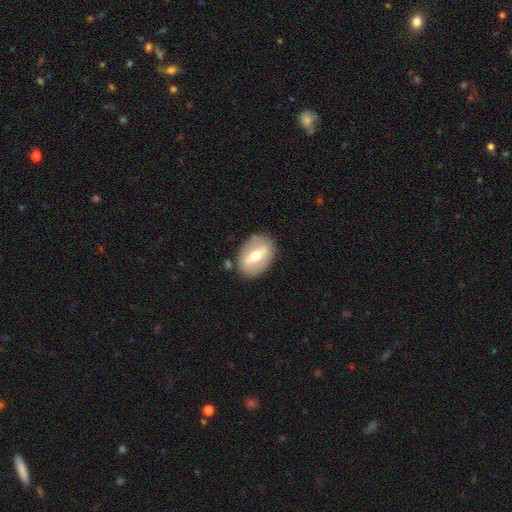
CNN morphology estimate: A featured or disk galaxy (55%).

Vote fractions:
- Smooth or featured? featured or disk: 55% / smooth: 39% / star or artifact: 6%
- Edge-on disk? no: 84% / yes: 16%
- Merging? none: 83% / minor disturbance: 11% / major disturbance: 4% / merger: 3%